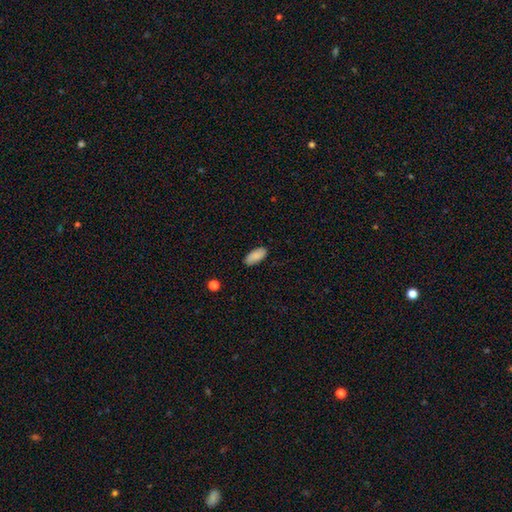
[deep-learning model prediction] smooth_or_featured: smooth (p=0.88) [alt: star or artifact p=0.07]
how_rounded: in between (p=0.90) [alt: cigar-shaped p=0.08]
merging: none (p=0.87) [alt: minor disturbance p=0.10]